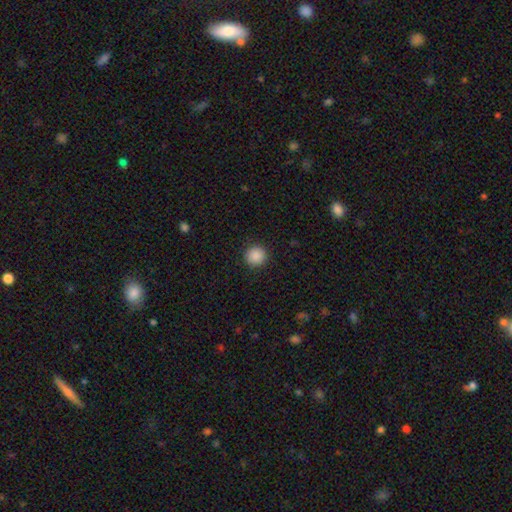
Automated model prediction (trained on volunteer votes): Overall: smooth (89%). How rounded: round (94%). Merging: none (92%).